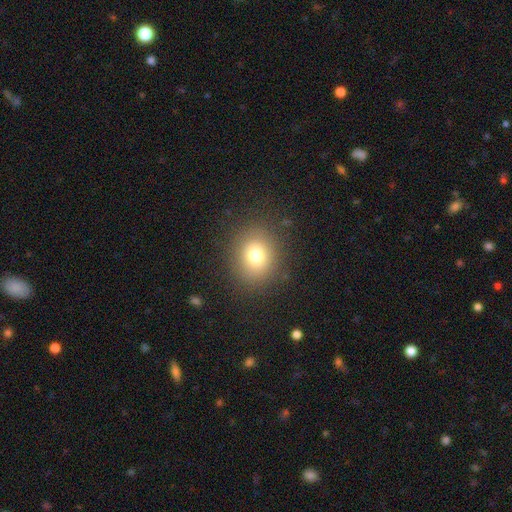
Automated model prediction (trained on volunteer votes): This is likely a smooth galaxy (76%). How rounded: likely round (68%). Merging: clearly none (86%).